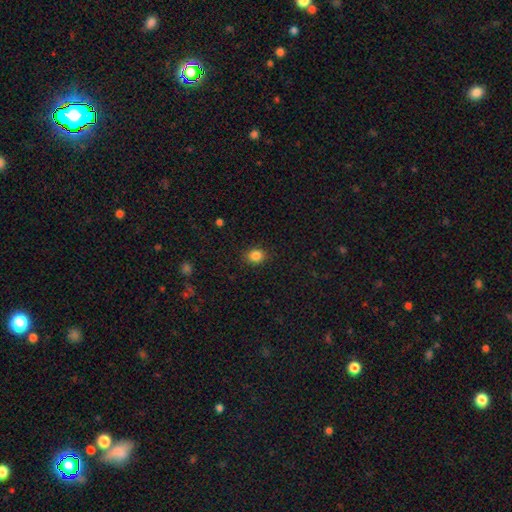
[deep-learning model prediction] Q: Smooth or featured?
A: smooth (85%); runner-up: star or artifact (11%)
Q: How rounded?
A: round (65%); runner-up: in between (34%)
Q: Merging?
A: none (88%); runner-up: minor disturbance (8%)